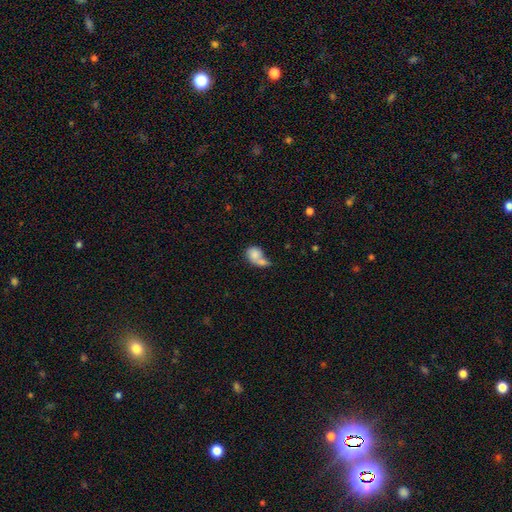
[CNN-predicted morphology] Overall: smooth (76%). How rounded: in between (50%; round 49%). Merging: merger (63%).